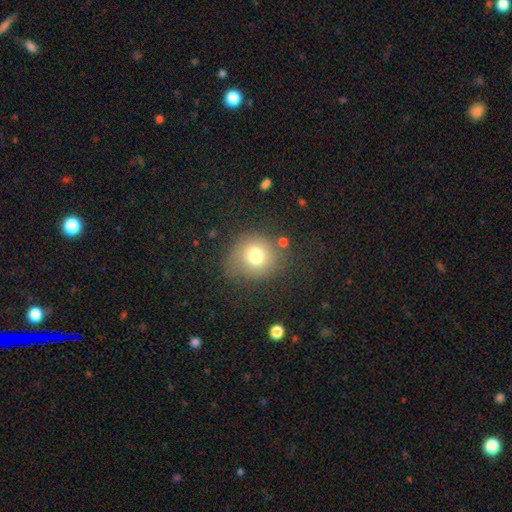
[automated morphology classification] Smooth or featured?
  - smooth: 74% *
  - featured or disk: 13%
  - star or artifact: 13%
How rounded?
  - round: 85% *
  - in between: 14%
  - cigar-shaped: 1%
Merging?
  - none: 66% *
  - minor disturbance: 20%
  - major disturbance: 10%
  - merger: 4%